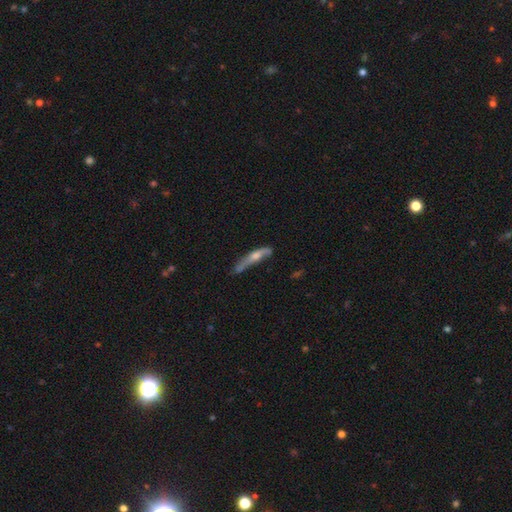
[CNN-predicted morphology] A featured or disk galaxy (60%) viewed edge-on (85%) with a rounded central bulge (82%). Merging: none (60%).